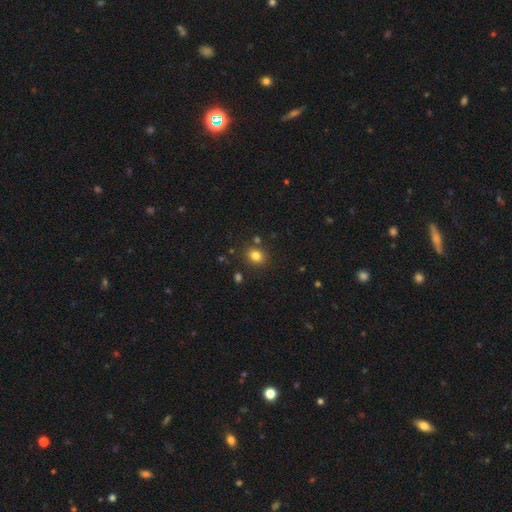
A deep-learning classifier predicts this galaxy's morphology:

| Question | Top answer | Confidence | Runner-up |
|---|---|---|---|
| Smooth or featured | smooth | 81% | star or artifact (13%) |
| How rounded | round | 67% | in between (32%) |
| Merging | none | 83% | minor disturbance (9%) |